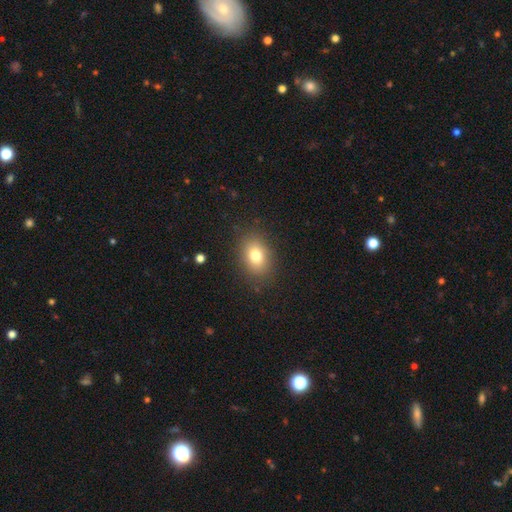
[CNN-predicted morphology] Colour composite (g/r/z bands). It shows a smooth galaxy with no disk features (79%) that is in between round and cigar-shaped (69%). Merging: none (86%).